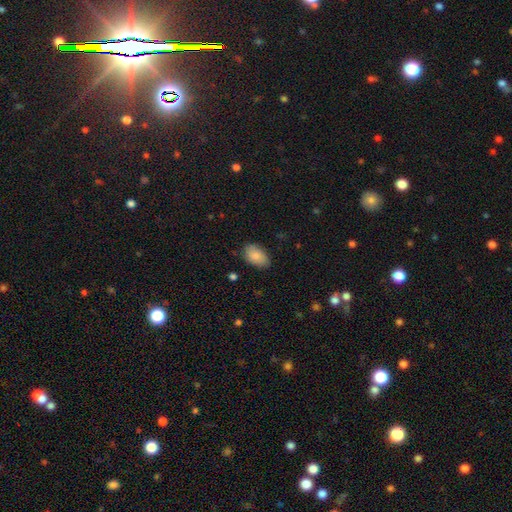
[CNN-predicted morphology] Smooth or featured?
  - smooth: 86% *
  - featured or disk: 7%
  - star or artifact: 7%
How rounded?
  - in between: 91% *
  - round: 8%
  - cigar-shaped: 1%
Merging?
  - none: 82% *
  - minor disturbance: 14%
  - major disturbance: 3%
  - merger: 1%